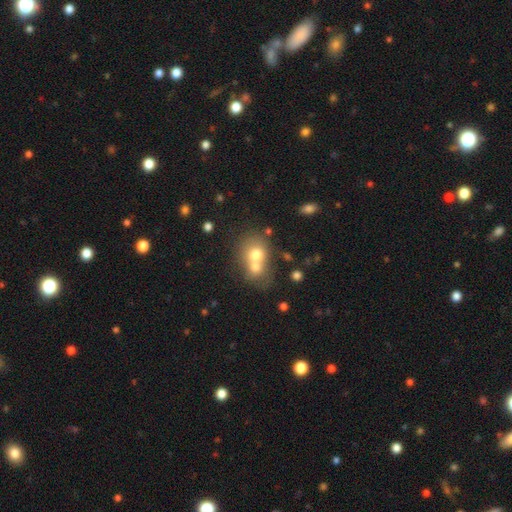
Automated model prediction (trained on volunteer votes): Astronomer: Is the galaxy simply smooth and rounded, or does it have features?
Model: smooth — 67%.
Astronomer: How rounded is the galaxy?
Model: round — 65%.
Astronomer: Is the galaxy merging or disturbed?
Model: merger — 66%.